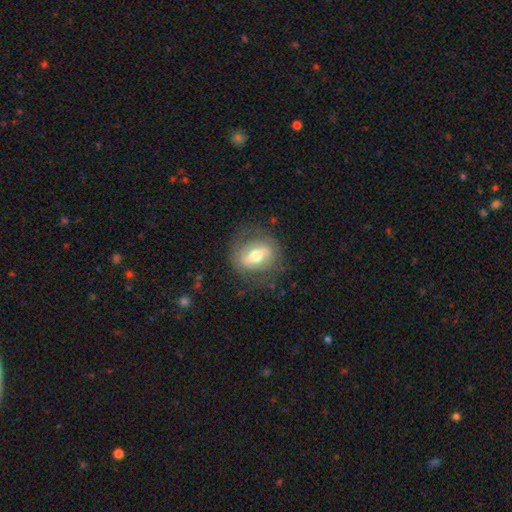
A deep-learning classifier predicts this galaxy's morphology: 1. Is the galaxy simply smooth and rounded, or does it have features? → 58% featured or disk, 35% smooth, 7% star or artifact.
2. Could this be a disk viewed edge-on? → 78% no, 22% yes.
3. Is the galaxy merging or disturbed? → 77% none, 14% minor disturbance, 8% major disturbance, 1% merger.